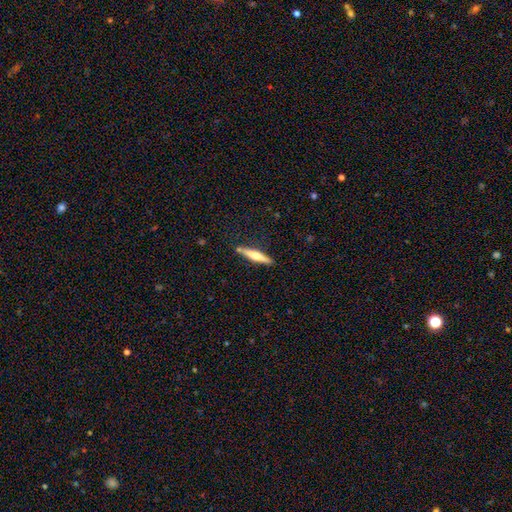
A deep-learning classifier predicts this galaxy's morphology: Smooth or featured: featured or disk — 47% (tied with smooth — 47%)
Merging: none — 85% (minor disturbance — 10%)